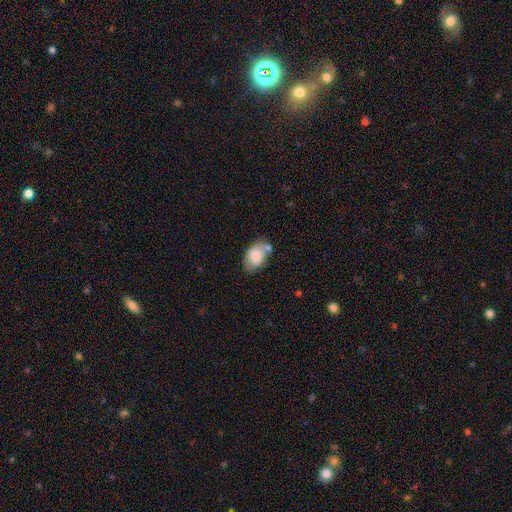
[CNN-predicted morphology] This is likely a smooth galaxy (80%). How rounded: clearly in between (90%). Merging: possibly none (60%).